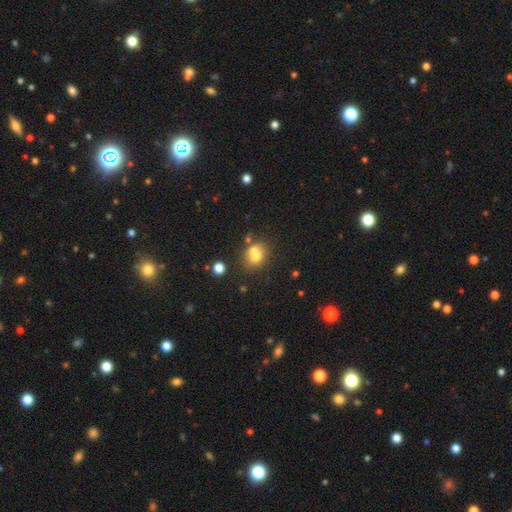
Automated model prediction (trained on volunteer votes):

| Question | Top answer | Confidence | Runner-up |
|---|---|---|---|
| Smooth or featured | smooth | 67% | featured or disk (19%) |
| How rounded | round | 66% | in between (33%) |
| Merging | none | 44% | merger (41%) |